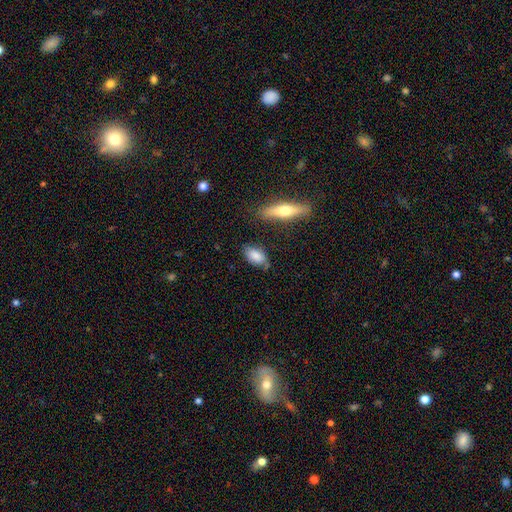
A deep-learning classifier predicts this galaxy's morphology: smooth_or_featured: smooth (p=0.81) [alt: featured or disk p=0.12]
how_rounded: in between (p=0.88) [alt: cigar-shaped p=0.08]
merging: none (p=0.68) [alt: minor disturbance p=0.22]